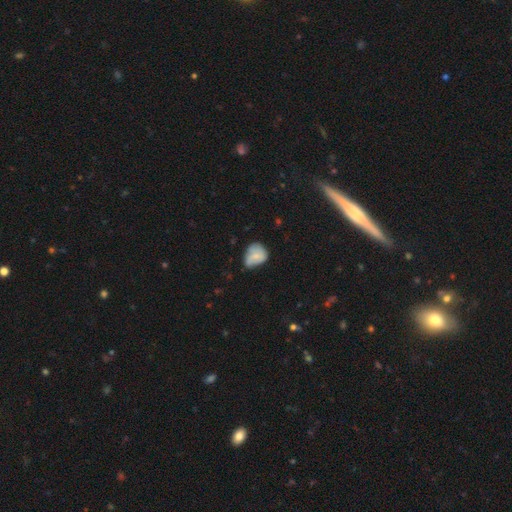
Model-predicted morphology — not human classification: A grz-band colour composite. It shows a smooth galaxy with no disk features (68%) that is round (51%). Merging: minor disturbance (45%).